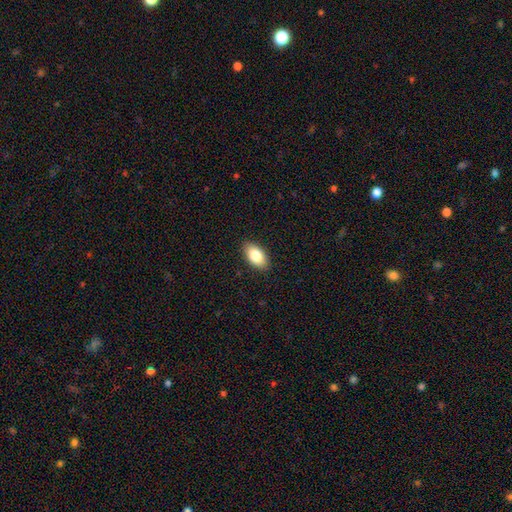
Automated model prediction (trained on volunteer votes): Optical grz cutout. It shows a smooth galaxy with no disk features (84%) that is in between round and cigar-shaped (94%). Merging: none (89%).